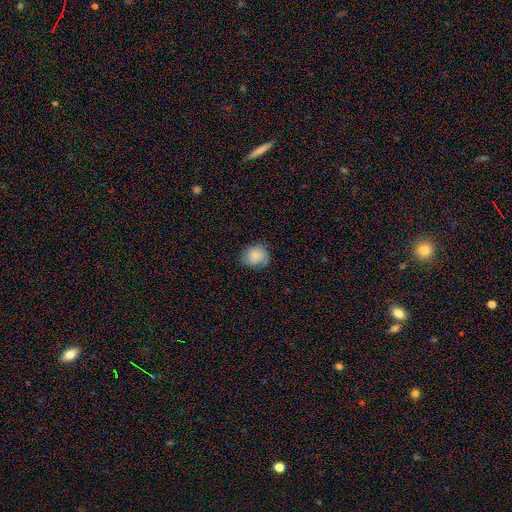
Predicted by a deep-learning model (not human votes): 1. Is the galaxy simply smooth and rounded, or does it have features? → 82% smooth, 9% featured or disk, 8% star or artifact.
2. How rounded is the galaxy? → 64% round, 36% in between, 1% cigar-shaped.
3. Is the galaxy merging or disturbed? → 71% none, 23% minor disturbance, 4% major disturbance, 2% merger.